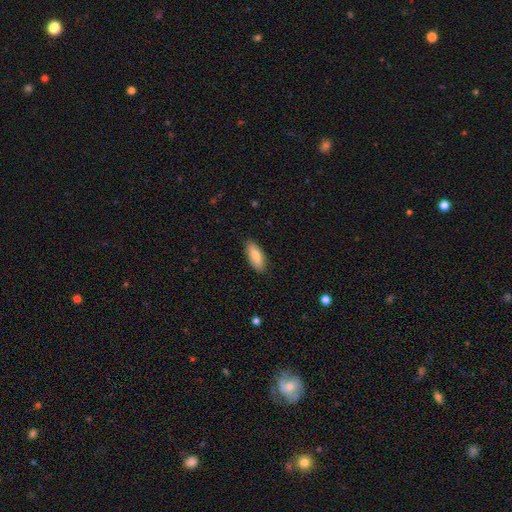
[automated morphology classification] A smooth galaxy with no disk features (83%) that is in between round and cigar-shaped (80%).

Vote fractions:
- Smooth or featured? smooth: 83% / featured or disk: 11% / star or artifact: 6%
- How rounded? in between: 80% / cigar-shaped: 18% / round: 2%
- Merging? none: 86% / minor disturbance: 11% / major disturbance: 2% / merger: 1%